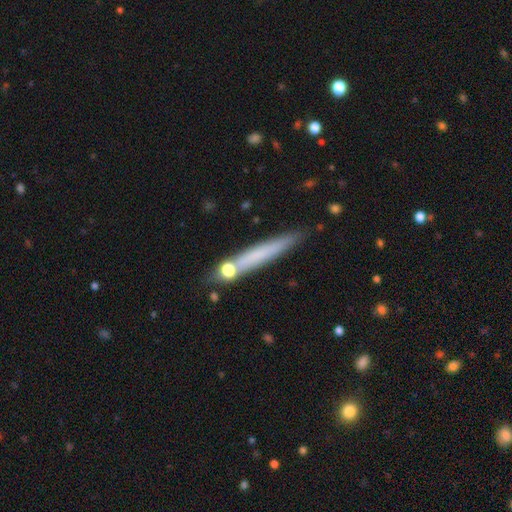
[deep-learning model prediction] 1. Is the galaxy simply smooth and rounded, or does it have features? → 60% smooth, 32% featured or disk, 9% star or artifact.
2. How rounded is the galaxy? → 94% cigar-shaped, 4% in between, 2% round.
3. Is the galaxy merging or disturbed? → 78% none, 12% minor disturbance, 7% merger, 3% major disturbance.